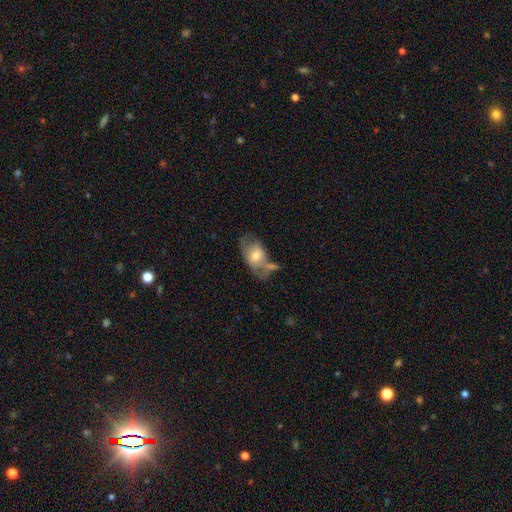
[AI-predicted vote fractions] Smooth or featured: smooth — 58% (featured or disk — 36%)
How rounded: in between — 85% (round — 13%)
Merging: none — 34% (merger — 26%)